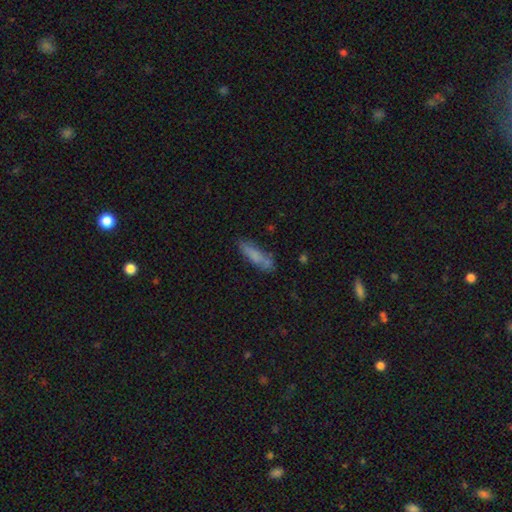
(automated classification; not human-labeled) Smooth or featured: smooth — 74% (featured or disk — 18%)
How rounded: cigar-shaped — 70% (in between — 28%)
Merging: none — 66% (minor disturbance — 21%)